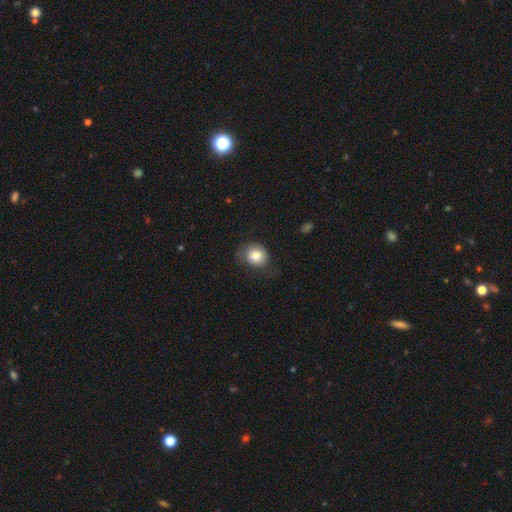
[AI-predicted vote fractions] This appears to be a smooth galaxy with no disk features (81%) that is round (71%). Merging: none (62%).